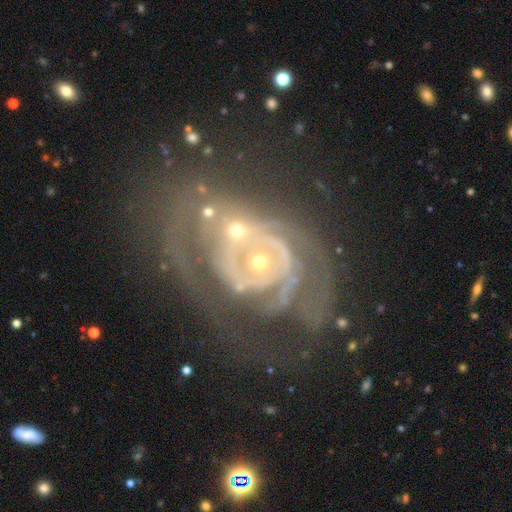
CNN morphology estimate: smooth-or-featured: featured or disk: 84% | smooth: 8% | star or artifact: 8%
  disk-edge-on: no: 97% | yes: 3%
    bar: no: 76% | weak: 17% | strong: 7%
    has-spiral-arms: yes: 77% | no: 23%
      spiral-winding: tight: 62% | medium: 28% | loose: 11%
      spiral-arm-count: can't tell: 38% | 2: 29% | 3: 12% | 1: 10% | 4: 6% | more than 4: 5%
    bulge-size: small: 68% | moderate: 25% | none: 3% | large: 3% | dominant: 1%
  merging: none: 42% | major disturbance: 27% | minor disturbance: 19% | merger: 13%